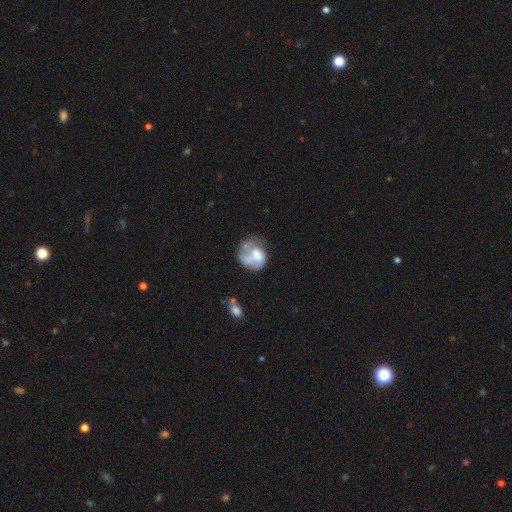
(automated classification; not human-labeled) Morphology: type=smooth (47%); merging=none (32%).